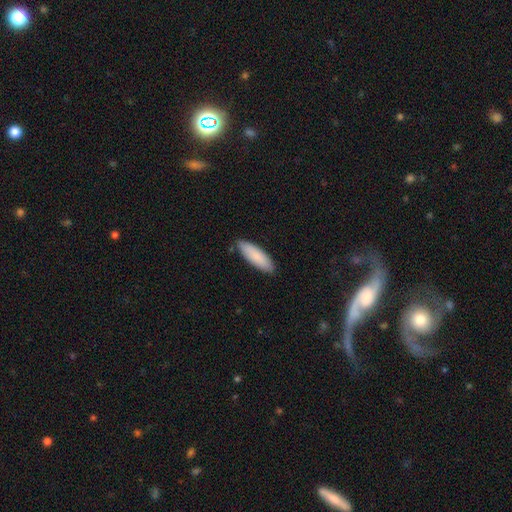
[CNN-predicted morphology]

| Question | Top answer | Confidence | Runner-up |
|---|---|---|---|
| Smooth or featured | smooth | 87% | featured or disk (8%) |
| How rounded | in between | 53% | cigar-shaped (46%) |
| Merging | none | 86% | minor disturbance (11%) |